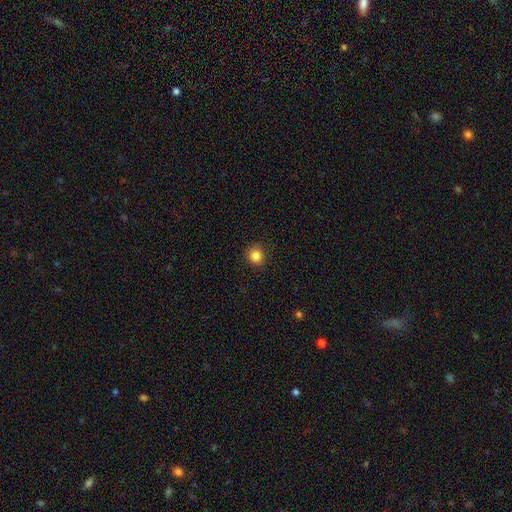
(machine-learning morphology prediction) Smooth or featured: smooth — 85% (star or artifact — 11%)
How rounded: round — 87% (in between — 12%)
Merging: none — 89% (minor disturbance — 8%)